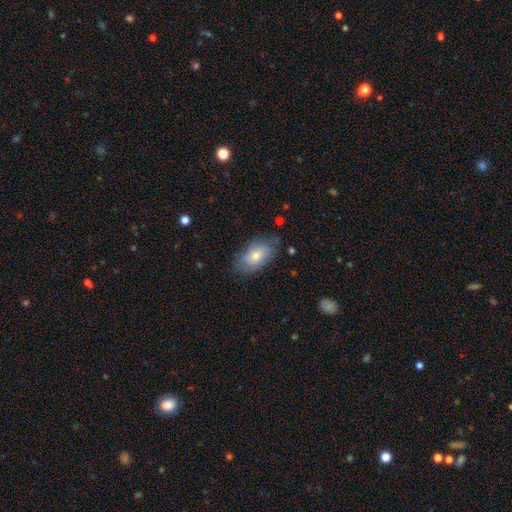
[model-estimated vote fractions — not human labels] smooth-or-featured: smooth: 74% | featured or disk: 19% | star or artifact: 7%
  how-rounded: in between: 92% | round: 5% | cigar-shaped: 3%
  merging: none: 74% | minor disturbance: 20% | major disturbance: 5% | merger: 2%